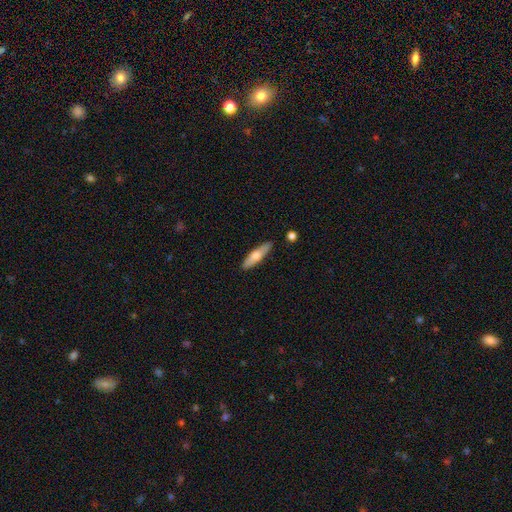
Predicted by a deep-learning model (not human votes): smooth-or-featured: smooth: 59% | featured or disk: 35% | star or artifact: 6%
  how-rounded: cigar-shaped: 69% | in between: 29% | round: 2%
  merging: none: 87% | minor disturbance: 9% | merger: 2% | major disturbance: 2%